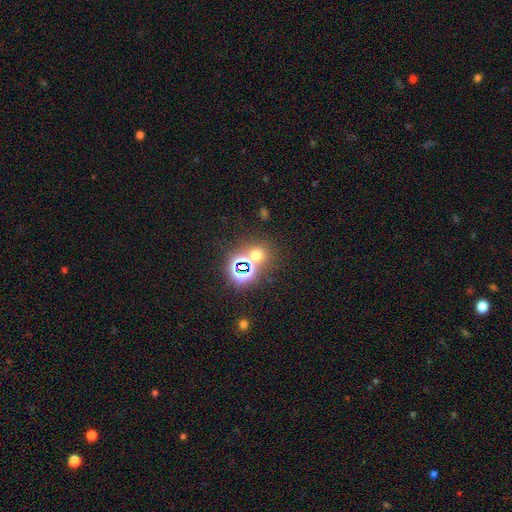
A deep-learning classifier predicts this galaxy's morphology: Smooth or featured? smooth (47%)
Merging? none (68%)